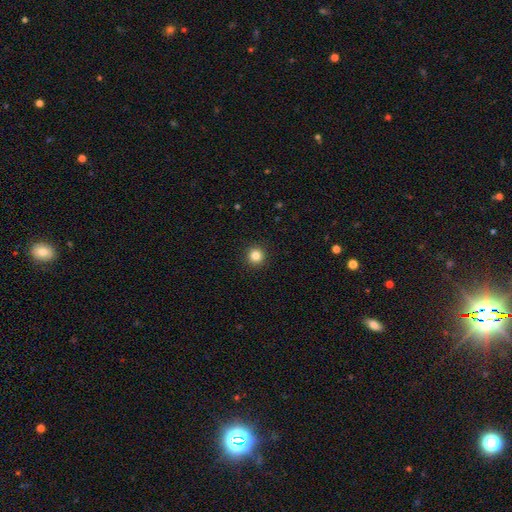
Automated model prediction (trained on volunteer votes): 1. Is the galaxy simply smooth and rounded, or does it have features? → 84% smooth, 12% star or artifact, 4% featured or disk.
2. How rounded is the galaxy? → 95% round, 4% in between, 1% cigar-shaped.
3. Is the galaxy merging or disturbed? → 93% none, 4% minor disturbance, 2% major disturbance, 1% merger.